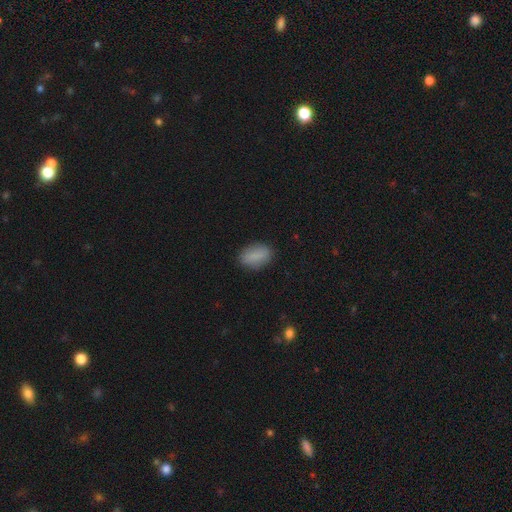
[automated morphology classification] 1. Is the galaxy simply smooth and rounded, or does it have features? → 86% smooth, 8% star or artifact, 6% featured or disk.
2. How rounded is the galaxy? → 89% in between, 8% round, 3% cigar-shaped.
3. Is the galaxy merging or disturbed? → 85% none, 11% minor disturbance, 3% major disturbance, 1% merger.